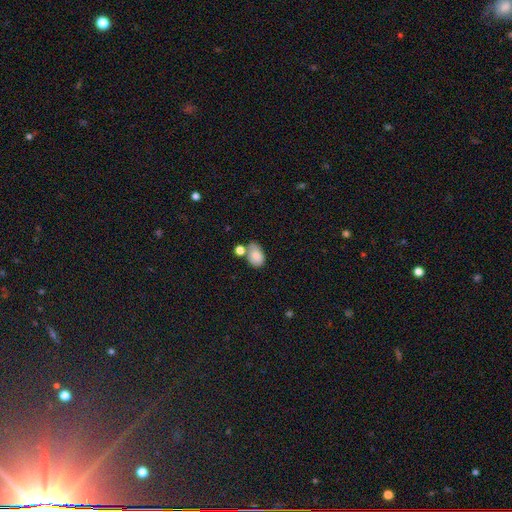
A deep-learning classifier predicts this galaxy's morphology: Smooth or featured? Predicted: smooth (p=0.83). How rounded? Predicted: in between (p=0.84). Merging? Predicted: none (p=0.44).